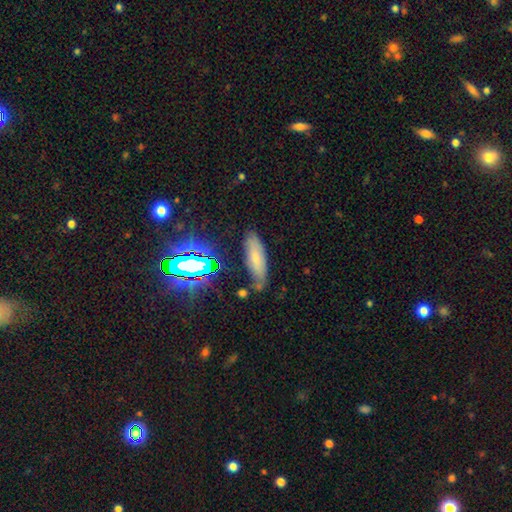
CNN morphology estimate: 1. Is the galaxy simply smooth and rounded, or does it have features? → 64% smooth, 19% featured or disk, 17% star or artifact.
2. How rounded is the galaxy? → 56% in between, 42% cigar-shaped, 2% round.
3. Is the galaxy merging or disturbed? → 72% none, 19% minor disturbance, 5% major disturbance, 4% merger.